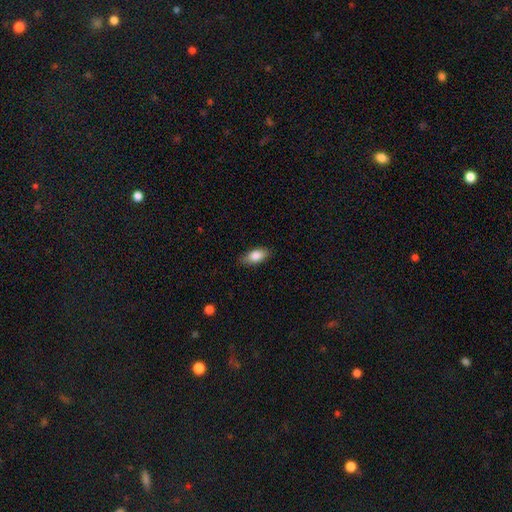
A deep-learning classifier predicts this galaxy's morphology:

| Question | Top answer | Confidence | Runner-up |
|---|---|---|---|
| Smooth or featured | smooth | 83% | featured or disk (10%) |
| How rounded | in between | 87% | cigar-shaped (9%) |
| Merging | none | 85% | minor disturbance (12%) |